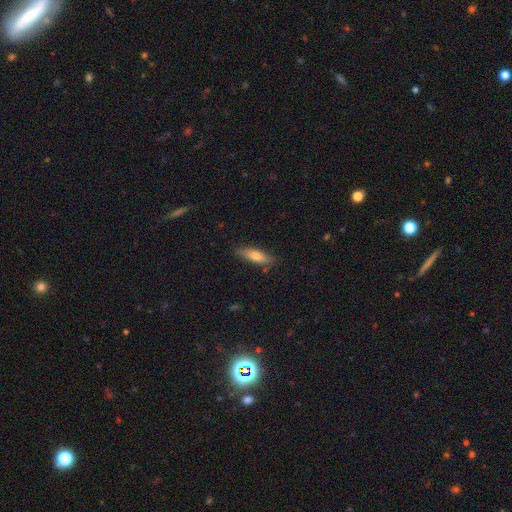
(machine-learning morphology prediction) Smooth or featured? Predicted: smooth (p=0.72). How rounded? Predicted: cigar-shaped (p=0.54). Merging? Predicted: none (p=0.82).